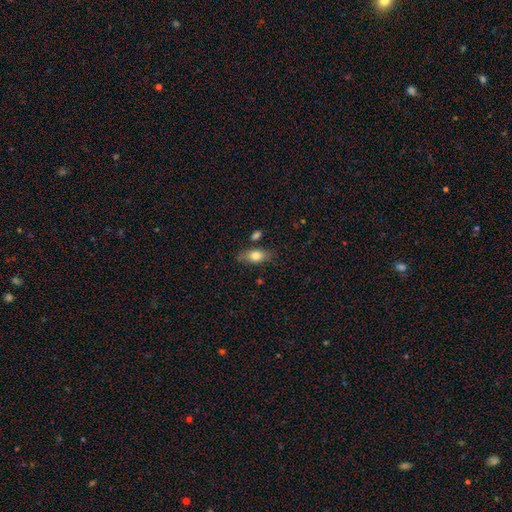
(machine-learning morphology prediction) smooth-or-featured: smooth: 77% | featured or disk: 16% | star or artifact: 7%
  how-rounded: in between: 86% | cigar-shaped: 9% | round: 5%
  merging: none: 73% | minor disturbance: 17% | merger: 6% | major disturbance: 4%